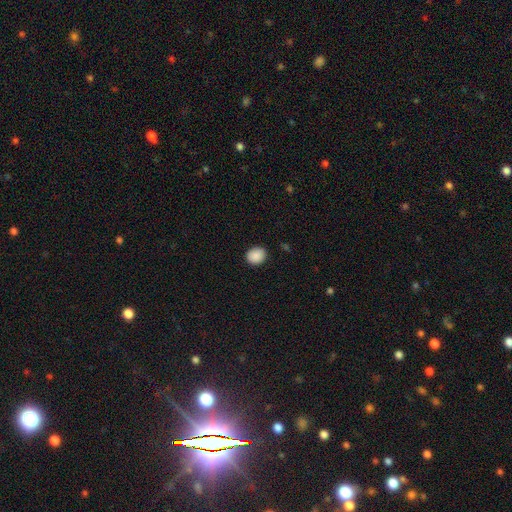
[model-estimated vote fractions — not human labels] smooth-or-featured: smooth: 89% | star or artifact: 8% | featured or disk: 3%
  how-rounded: round: 65% | in between: 34% | cigar-shaped: 1%
  merging: none: 90% | minor disturbance: 7% | major disturbance: 2% | merger: 1%